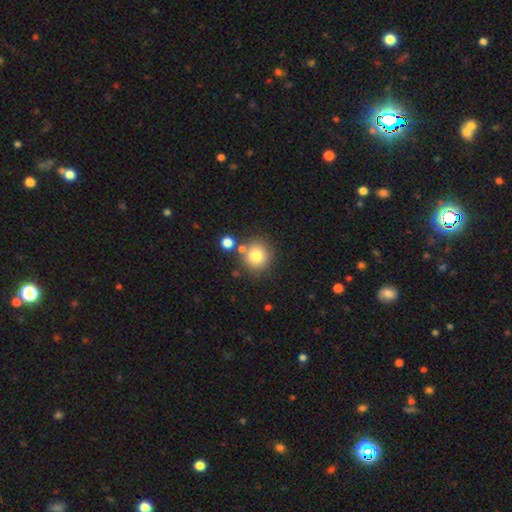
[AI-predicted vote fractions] A smooth galaxy with no disk features (79%) that is round (91%). Merging: none (75%).